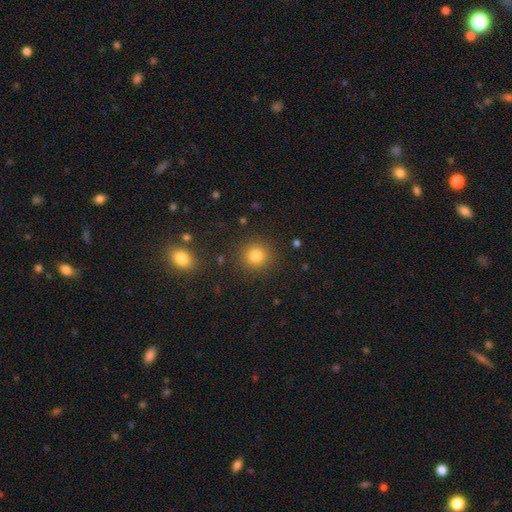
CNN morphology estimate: Overall: smooth (81%). How rounded: round (92%). Merging: none (89%).